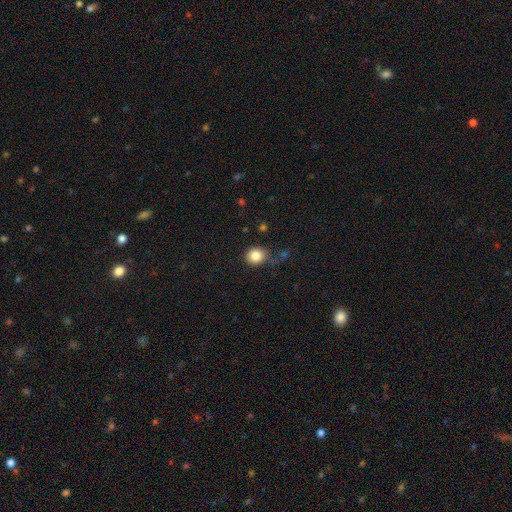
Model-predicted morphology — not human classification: Overall: smooth (85%). How rounded: round (76%). Merging: none (76%).